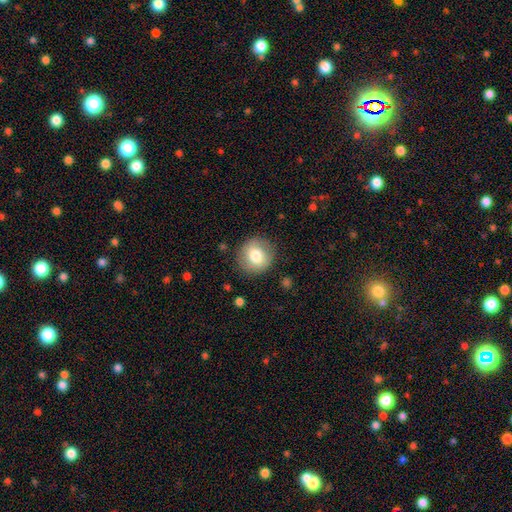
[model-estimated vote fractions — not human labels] This appears to be a smooth galaxy with no disk features (76%) that is round (91%). Merging: none (87%).